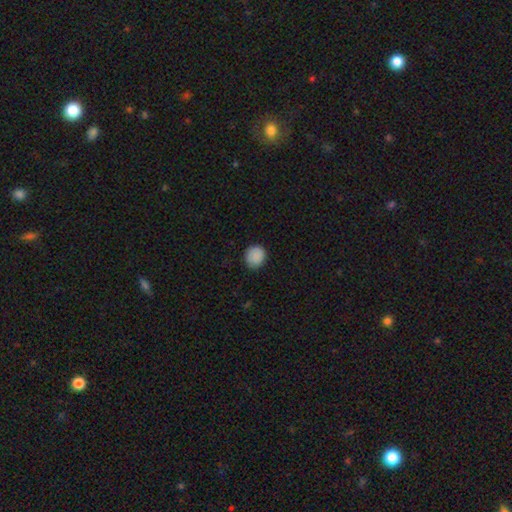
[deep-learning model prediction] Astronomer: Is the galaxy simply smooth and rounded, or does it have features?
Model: smooth — 88%.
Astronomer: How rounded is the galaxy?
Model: round — 80%.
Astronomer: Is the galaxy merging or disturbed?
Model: none — 85%.